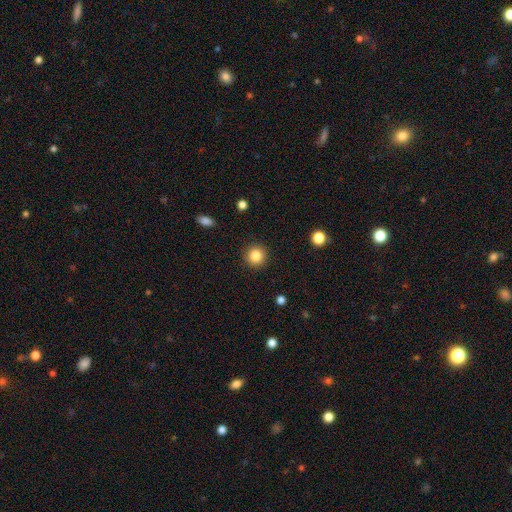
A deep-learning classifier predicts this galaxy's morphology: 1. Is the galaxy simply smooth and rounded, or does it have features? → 85% smooth, 10% star or artifact, 5% featured or disk.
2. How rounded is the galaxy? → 94% round, 5% in between, 1% cigar-shaped.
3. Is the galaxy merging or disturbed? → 91% none, 5% minor disturbance, 2% major disturbance, 1% merger.